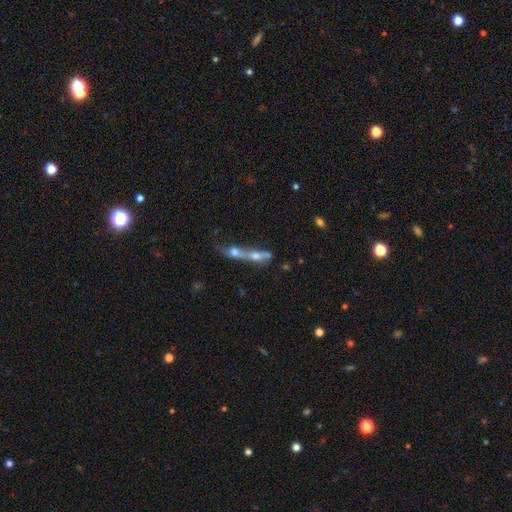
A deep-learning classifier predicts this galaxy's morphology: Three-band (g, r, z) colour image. It shows a featured or disk galaxy (50%). Merging: merger (67%).